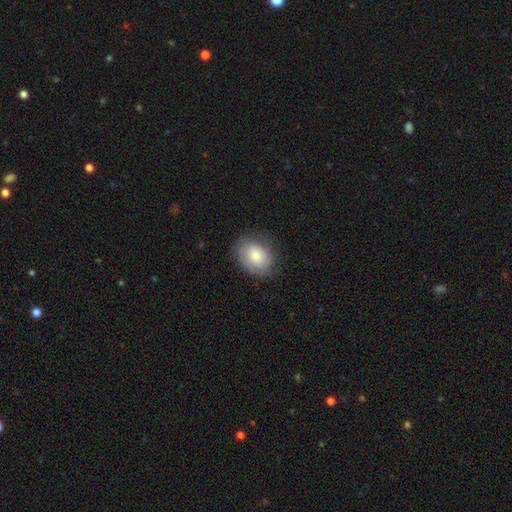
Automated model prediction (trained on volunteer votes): Morphology: type=smooth (74%); roundness=in between (66%); merging=none (75%).